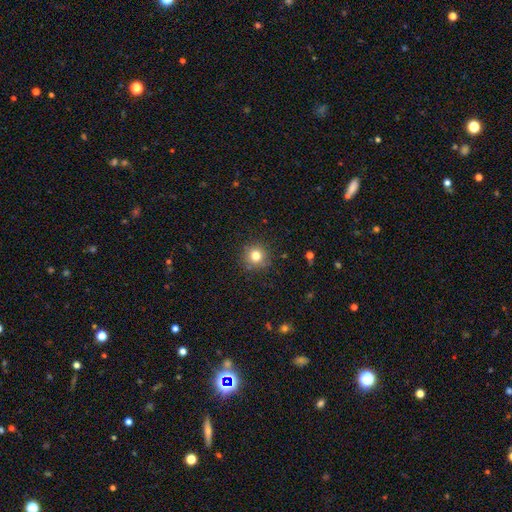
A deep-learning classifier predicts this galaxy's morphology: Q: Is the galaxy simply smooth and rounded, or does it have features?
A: smooth — 79%.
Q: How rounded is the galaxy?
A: round — 94%.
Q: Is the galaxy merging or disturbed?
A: none — 88%.